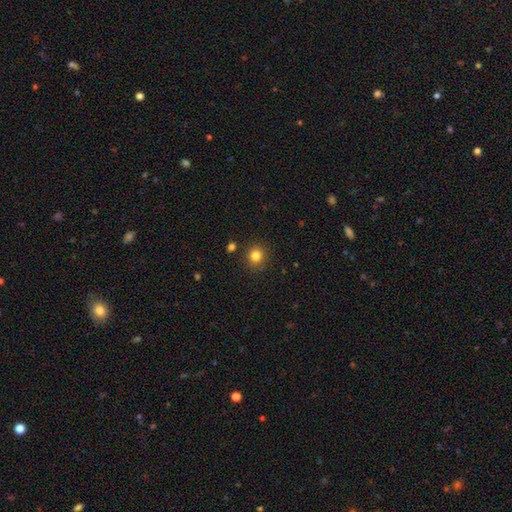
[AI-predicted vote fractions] Smooth or featured? Predicted: smooth (p=0.82). How rounded? Predicted: round (p=0.87). Merging? Predicted: none (p=0.87).